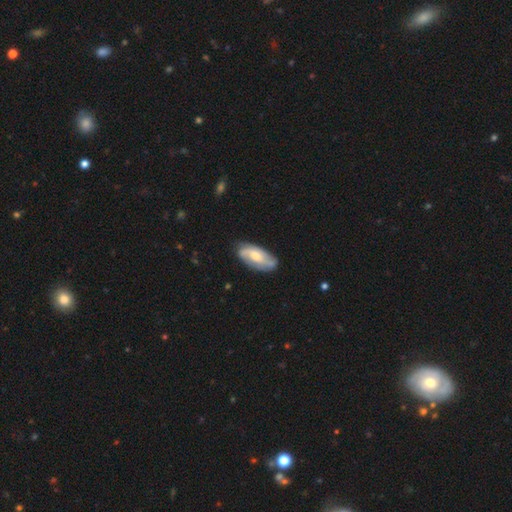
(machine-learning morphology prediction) A featured or disk galaxy (62%) with no bar (58%), 2 (59%) medium (43%) spiral arms (89%) and a moderate central bulge (53%). Merging: none (72%).